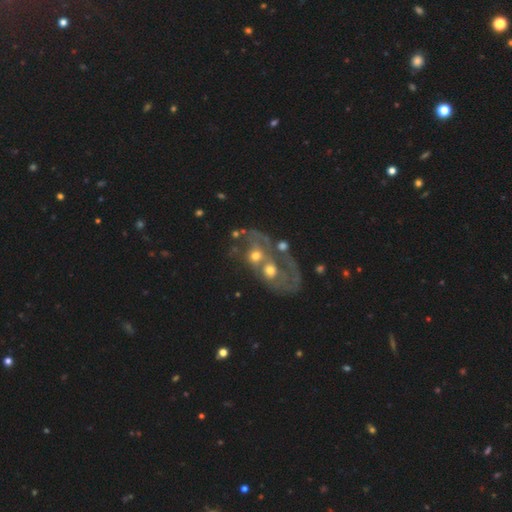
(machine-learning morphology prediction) A featured or disk galaxy (54%) with no bar (86%), no spiral arms (63%) and a moderate central bulge (57%). Merging: merger (75%).